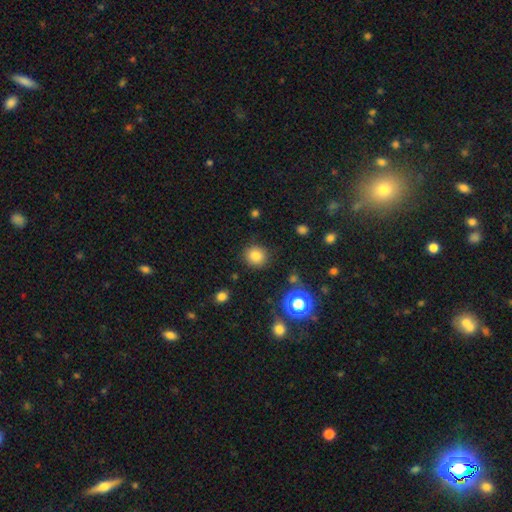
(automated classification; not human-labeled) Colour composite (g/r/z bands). It shows a smooth galaxy with no disk features (81%) that is round (90%). Merging: none (89%).